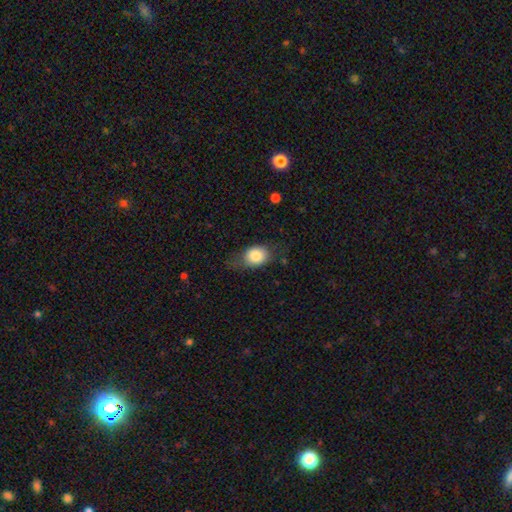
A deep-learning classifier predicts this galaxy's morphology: type=smooth (81%); roundness=in between (60%); merging=none (58%).